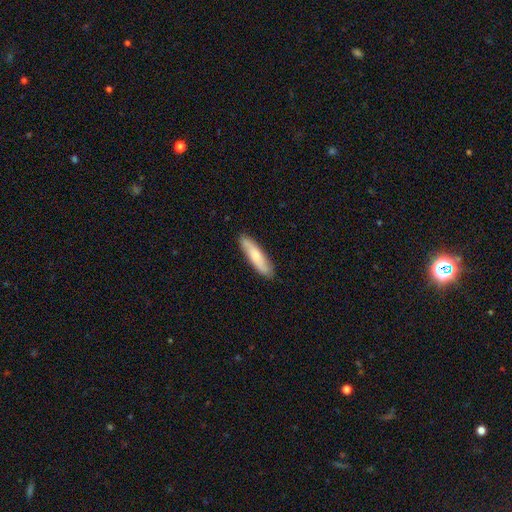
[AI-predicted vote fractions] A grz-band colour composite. It shows a smooth galaxy with no disk features (72%) that is cigar-shaped (79%). Merging: none (87%).